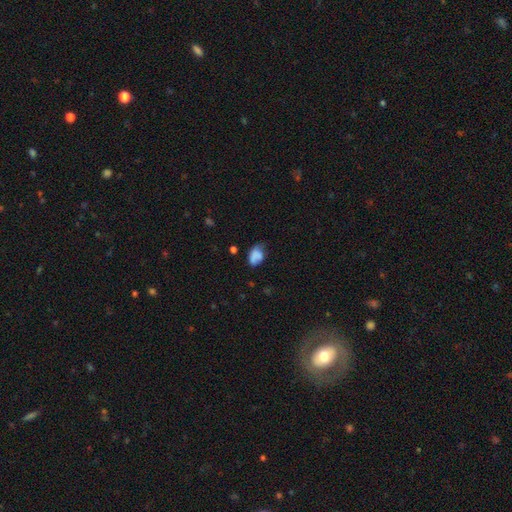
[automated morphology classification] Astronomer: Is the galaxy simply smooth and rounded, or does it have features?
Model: smooth — 73%.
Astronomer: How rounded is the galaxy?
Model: in between — 82%.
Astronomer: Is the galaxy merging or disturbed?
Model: none — 39% (runner-up: minor disturbance, 38%).